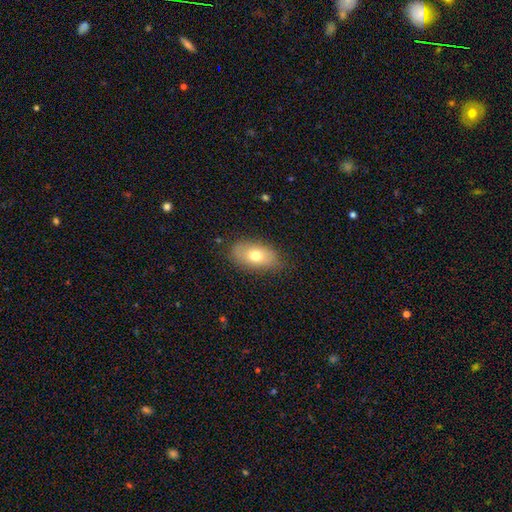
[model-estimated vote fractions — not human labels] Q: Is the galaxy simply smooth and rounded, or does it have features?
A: smooth — 70%.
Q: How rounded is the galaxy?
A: in between — 89%.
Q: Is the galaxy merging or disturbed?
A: none — 79%.